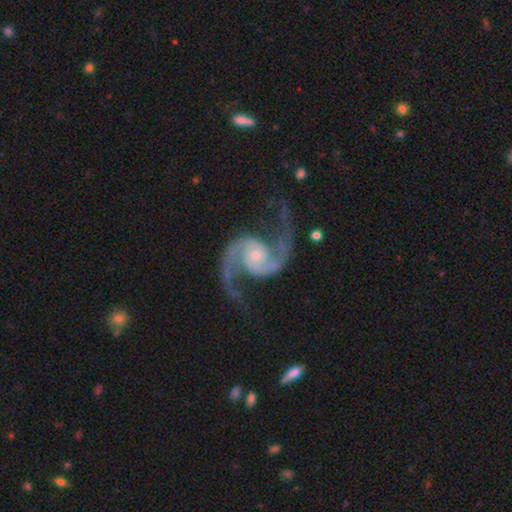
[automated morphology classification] This is clearly a featured or disk galaxy (94%). It is clearly not viewed edge-on (98%). Bar: likely no (69%). Spiral arm pattern: clearly yes (99%). Spiral arm count: clearly 2 (95%). Spiral winding: possibly loose (47%). Central bulge: likely small (63%). Merging: likely none (78%).